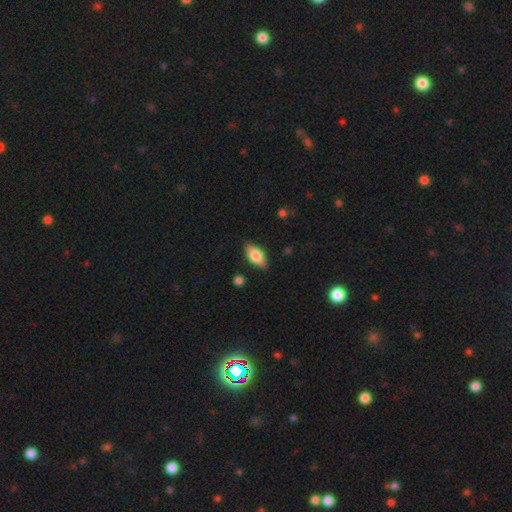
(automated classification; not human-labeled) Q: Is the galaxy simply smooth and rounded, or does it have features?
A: smooth — 72%.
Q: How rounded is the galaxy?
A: in between — 87%.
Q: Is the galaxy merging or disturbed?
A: none — 84%.